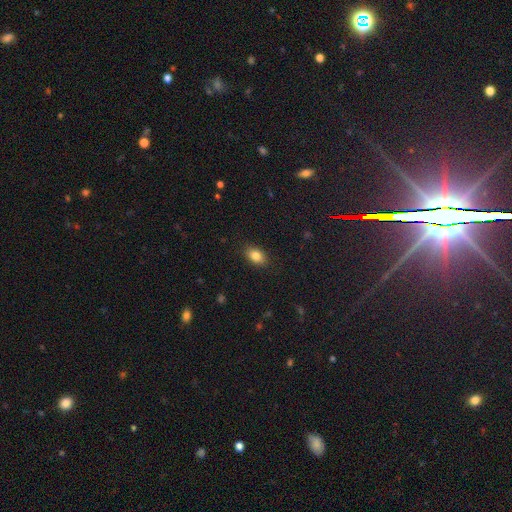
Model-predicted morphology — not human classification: A smooth galaxy with no disk features (85%) that is in between round and cigar-shaped (85%). Merging: none (87%).